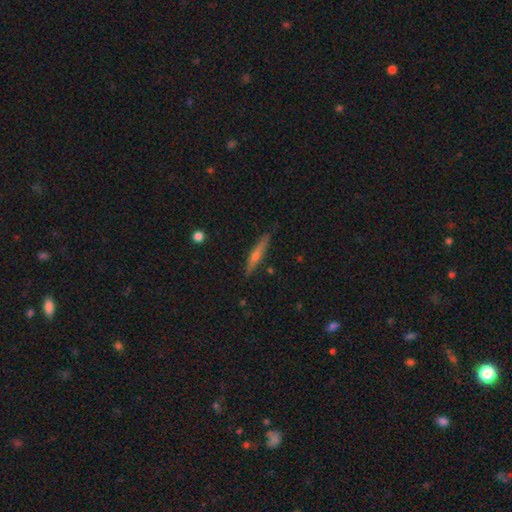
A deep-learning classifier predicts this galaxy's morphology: Smooth or featured: featured or disk — 50% (smooth — 43%)
Edge-on disk: yes — 95% (no — 5%)
Merging: none — 86% (minor disturbance — 10%)